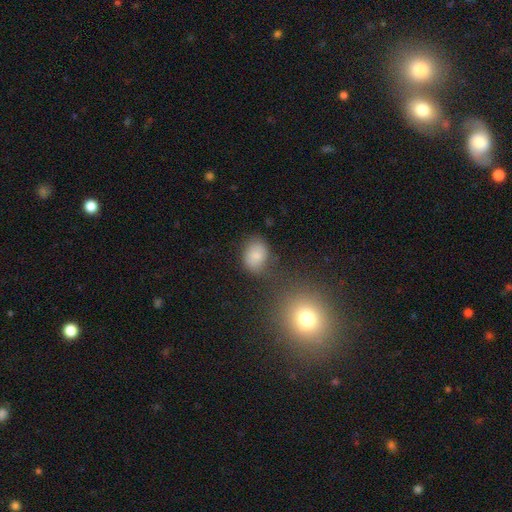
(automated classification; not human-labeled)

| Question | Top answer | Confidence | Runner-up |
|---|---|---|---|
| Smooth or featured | smooth | 79% | star or artifact (11%) |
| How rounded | in between | 67% | round (32%) |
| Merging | none | 67% | minor disturbance (19%) |